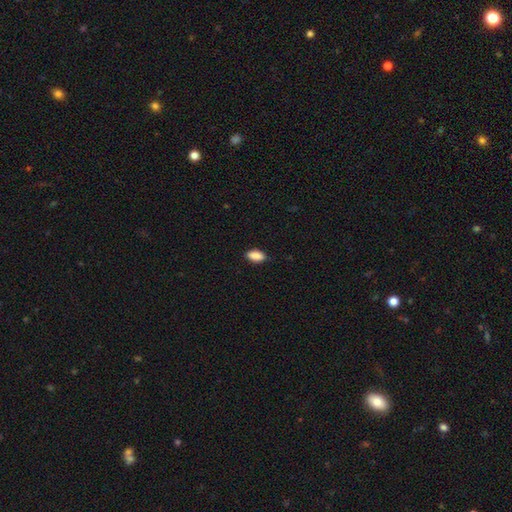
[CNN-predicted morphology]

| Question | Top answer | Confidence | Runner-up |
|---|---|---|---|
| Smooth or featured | smooth | 89% | star or artifact (7%) |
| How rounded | in between | 91% | cigar-shaped (6%) |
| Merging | none | 82% | minor disturbance (14%) |